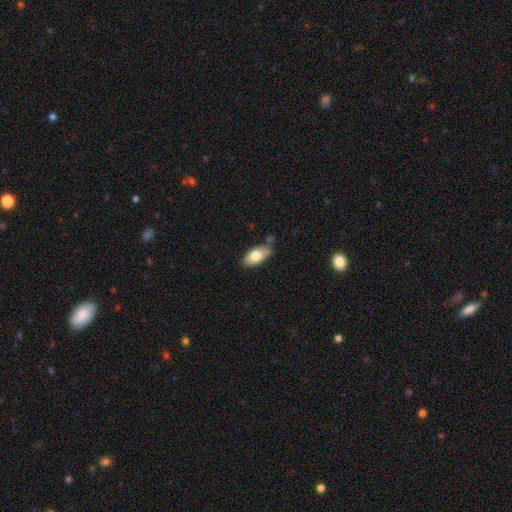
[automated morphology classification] smooth_or_featured: smooth (p=0.76) [alt: featured or disk p=0.17]
how_rounded: in between (p=0.91) [alt: cigar-shaped p=0.06]
merging: none (p=0.67) [alt: minor disturbance p=0.21]